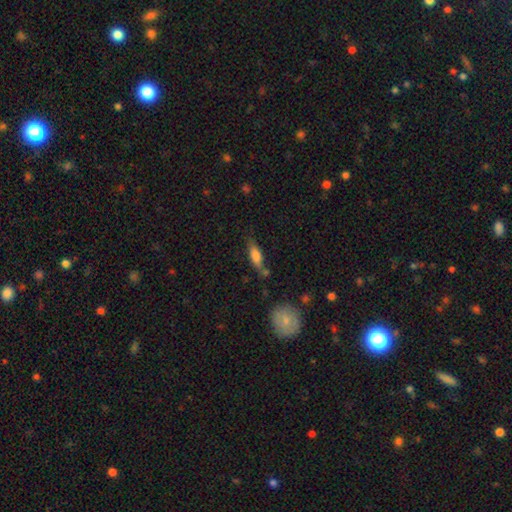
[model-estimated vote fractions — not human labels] smooth_or_featured: smooth (p=0.70) [alt: featured or disk p=0.23]
how_rounded: in between (p=0.50) [alt: cigar-shaped p=0.47]
merging: none (p=0.60) [alt: minor disturbance p=0.23]